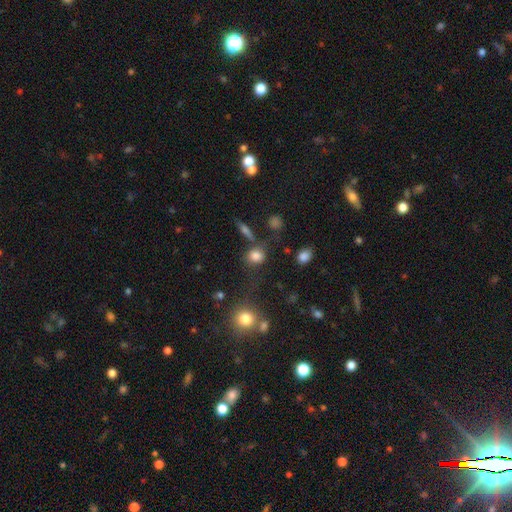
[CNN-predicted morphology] Smooth or featured? Predicted: smooth (p=0.79). How rounded? Predicted: round (p=0.64). Merging? Predicted: none (p=0.63).